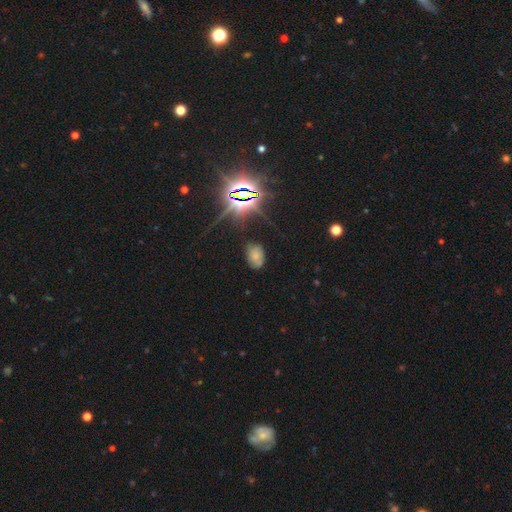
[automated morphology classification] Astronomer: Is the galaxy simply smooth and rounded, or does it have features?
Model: smooth — 58%.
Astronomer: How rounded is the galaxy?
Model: in between — 86%.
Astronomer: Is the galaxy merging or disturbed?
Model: none — 70%.